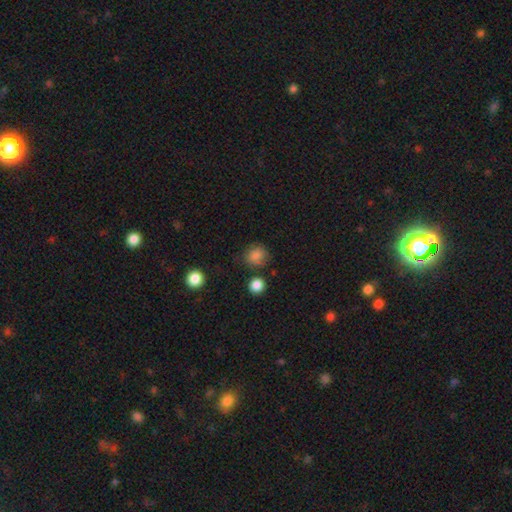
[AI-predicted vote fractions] A smooth galaxy with no disk features (81%) that is round (76%).

Vote fractions:
- Smooth or featured? smooth: 81% / star or artifact: 11% / featured or disk: 7%
- How rounded? round: 76% / in between: 23% / cigar-shaped: 1%
- Merging? none: 75% / minor disturbance: 15% / major disturbance: 5% / merger: 5%